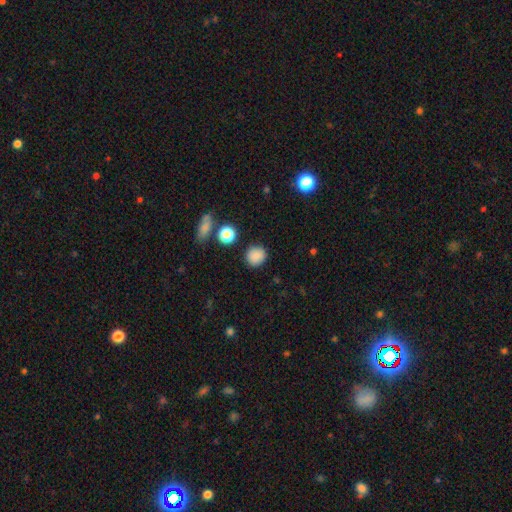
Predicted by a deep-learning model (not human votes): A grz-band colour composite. It shows a smooth galaxy with no disk features (85%) that is round (86%). Merging: none (87%).